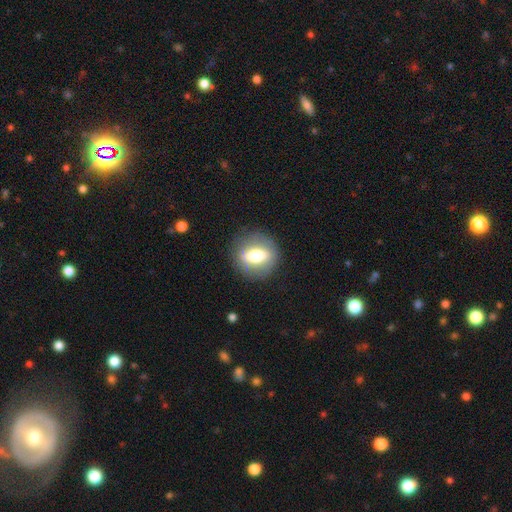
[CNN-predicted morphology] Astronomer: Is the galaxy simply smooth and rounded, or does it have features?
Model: smooth — 49% (runner-up: featured or disk, 42%).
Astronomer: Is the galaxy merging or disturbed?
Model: none — 84%.